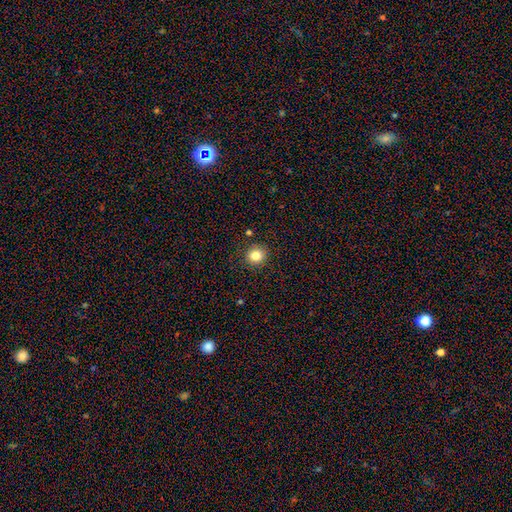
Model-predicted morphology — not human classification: smooth-or-featured: smooth: 83% | star or artifact: 11% | featured or disk: 6%
  how-rounded: round: 86% | in between: 13% | cigar-shaped: 1%
  merging: none: 90% | minor disturbance: 7% | major disturbance: 2% | merger: 1%